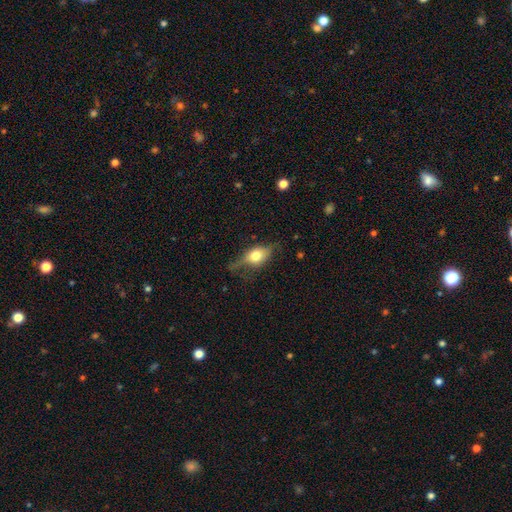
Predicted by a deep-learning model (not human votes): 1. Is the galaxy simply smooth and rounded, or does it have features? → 55% smooth, 36% featured or disk, 8% star or artifact.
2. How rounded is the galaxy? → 71% in between, 19% round, 10% cigar-shaped.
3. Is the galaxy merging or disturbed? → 48% none, 31% minor disturbance, 19% major disturbance, 2% merger.